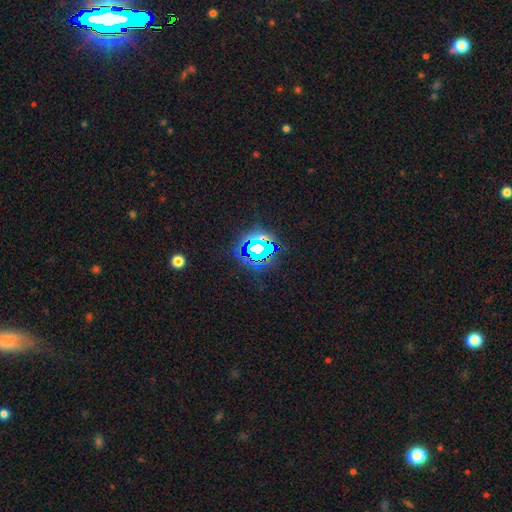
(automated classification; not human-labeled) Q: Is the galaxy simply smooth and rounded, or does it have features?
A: star or artifact — 78%.